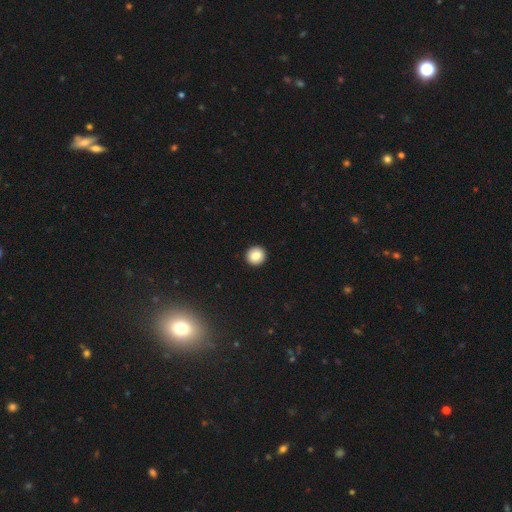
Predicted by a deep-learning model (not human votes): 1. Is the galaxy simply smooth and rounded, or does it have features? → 86% smooth, 9% star or artifact, 5% featured or disk.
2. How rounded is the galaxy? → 91% round, 8% in between, 1% cigar-shaped.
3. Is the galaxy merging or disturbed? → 93% none, 5% minor disturbance, 2% major disturbance, 1% merger.